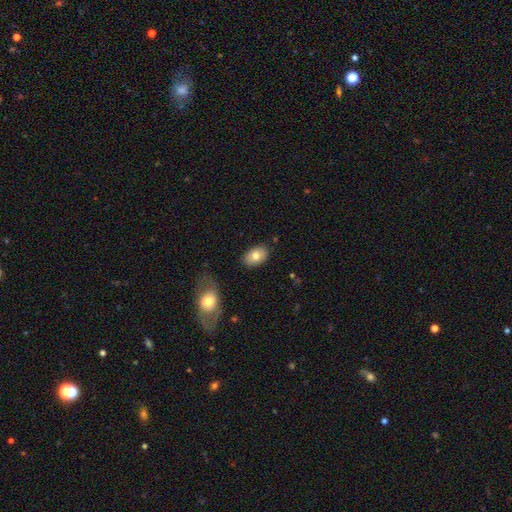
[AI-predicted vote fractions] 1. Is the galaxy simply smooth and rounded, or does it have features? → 77% smooth, 16% featured or disk, 7% star or artifact.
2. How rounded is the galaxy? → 89% in between, 10% round, 1% cigar-shaped.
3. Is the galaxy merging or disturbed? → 84% none, 11% minor disturbance, 3% major disturbance, 2% merger.